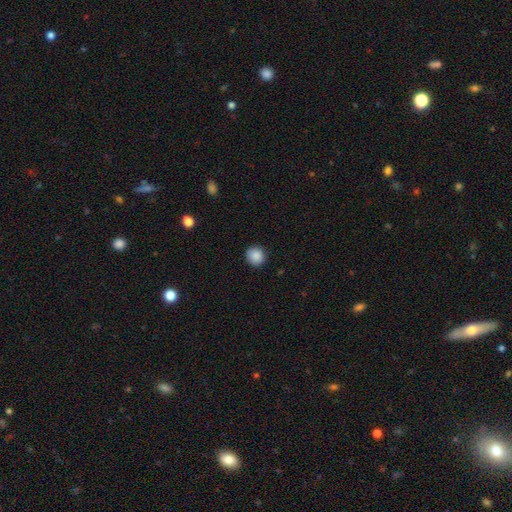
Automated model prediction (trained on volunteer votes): smooth_or_featured: smooth (p=0.88) [alt: star or artifact p=0.09]
how_rounded: round (p=0.89) [alt: in between p=0.10]
merging: none (p=0.90) [alt: minor disturbance p=0.07]